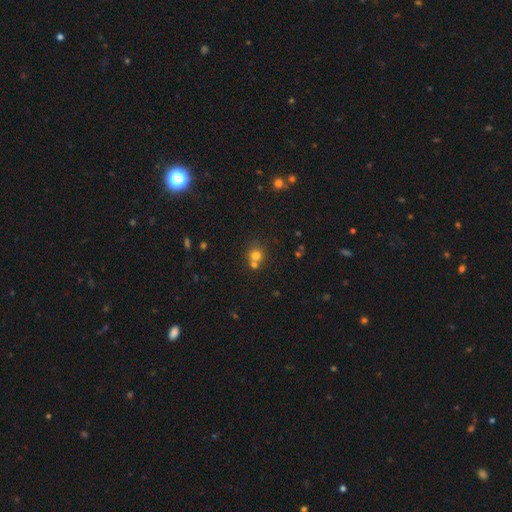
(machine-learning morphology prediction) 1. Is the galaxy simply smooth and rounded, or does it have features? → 74% smooth, 16% star or artifact, 10% featured or disk.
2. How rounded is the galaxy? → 85% round, 14% in between, 1% cigar-shaped.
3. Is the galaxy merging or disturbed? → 51% none, 39% merger, 8% minor disturbance, 3% major disturbance.